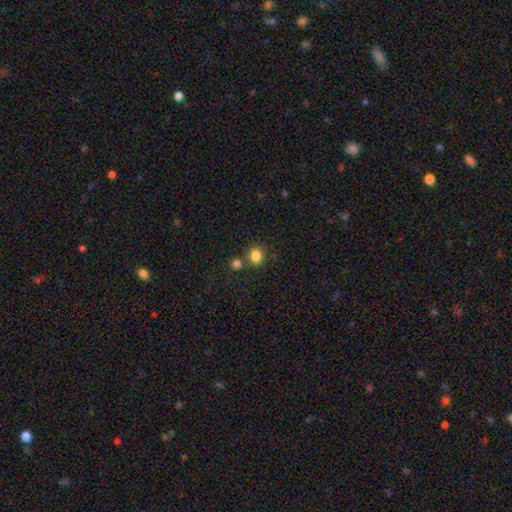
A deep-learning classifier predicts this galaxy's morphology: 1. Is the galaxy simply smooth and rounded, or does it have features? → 83% smooth, 12% star or artifact, 5% featured or disk.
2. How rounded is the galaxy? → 75% round, 24% in between, 1% cigar-shaped.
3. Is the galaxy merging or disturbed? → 72% none, 16% merger, 9% minor disturbance, 3% major disturbance.